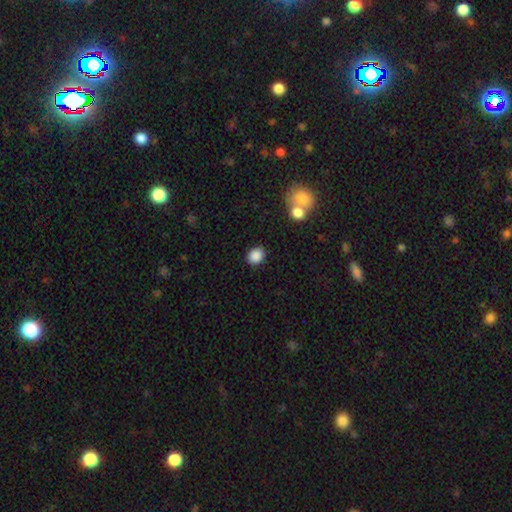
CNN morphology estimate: Q: Smooth or featured?
A: smooth (87%); runner-up: star or artifact (9%)
Q: How rounded?
A: round (53%); runner-up: in between (46%)
Q: Merging?
A: none (85%); runner-up: minor disturbance (9%)